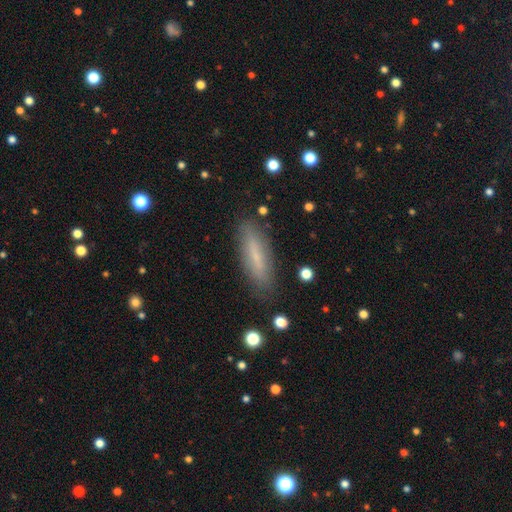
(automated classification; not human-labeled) Smooth or featured?
  - smooth: 68% *
  - featured or disk: 24%
  - star or artifact: 8%
How rounded?
  - cigar-shaped: 66% *
  - in between: 32%
  - round: 2%
Merging?
  - none: 85% *
  - minor disturbance: 10%
  - major disturbance: 3%
  - merger: 2%